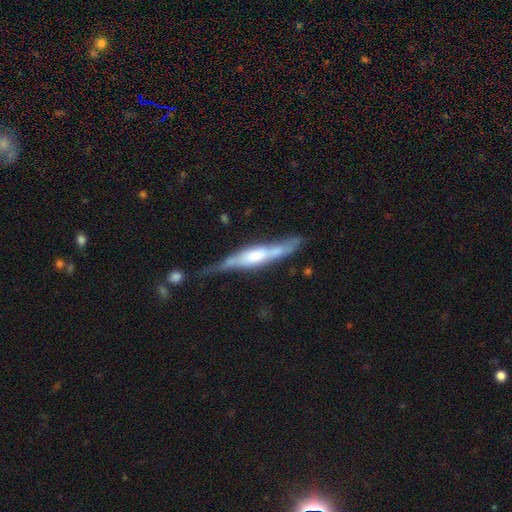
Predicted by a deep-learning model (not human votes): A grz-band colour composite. It shows a featured or disk galaxy (77%) viewed edge-on (88%) with a rounded central bulge (55%). Merging: none (52%).